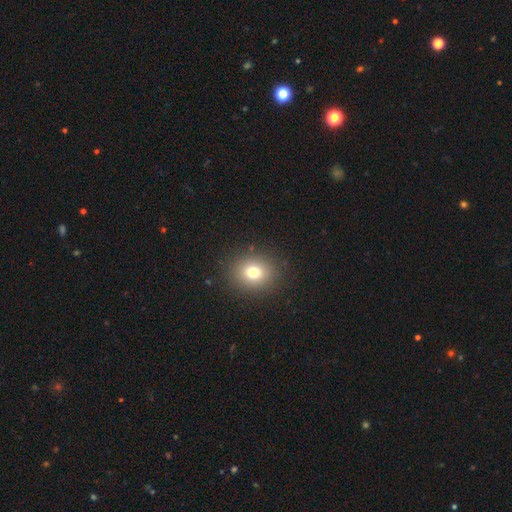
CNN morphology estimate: This appears to be a smooth galaxy with no disk features (68%) that is round (80%). Merging: none (93%).